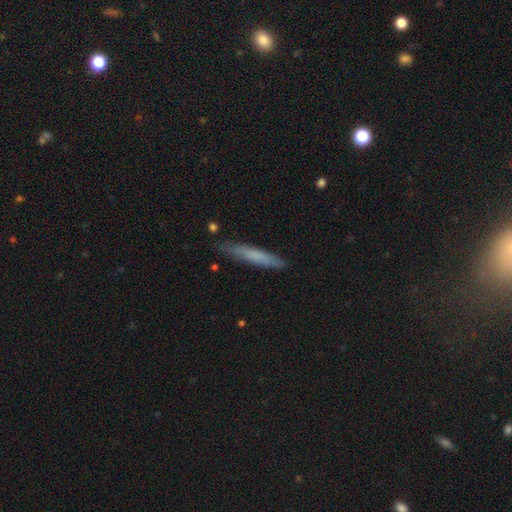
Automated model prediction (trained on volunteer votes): smooth 65%, featured or disk 28%, star or artifact 7%. Down the decision tree: how rounded — cigar-shaped (93%); merging — none (81%).